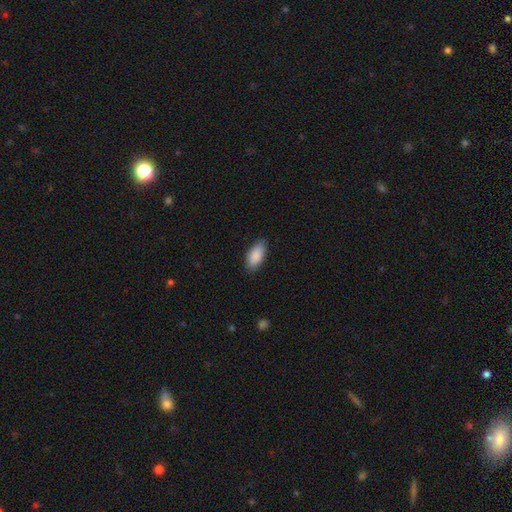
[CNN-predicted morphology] Smooth or featured?
  - smooth: 89% *
  - star or artifact: 6%
  - featured or disk: 5%
How rounded?
  - in between: 90% *
  - cigar-shaped: 8%
  - round: 2%
Merging?
  - none: 84% *
  - minor disturbance: 13%
  - major disturbance: 2%
  - merger: 1%